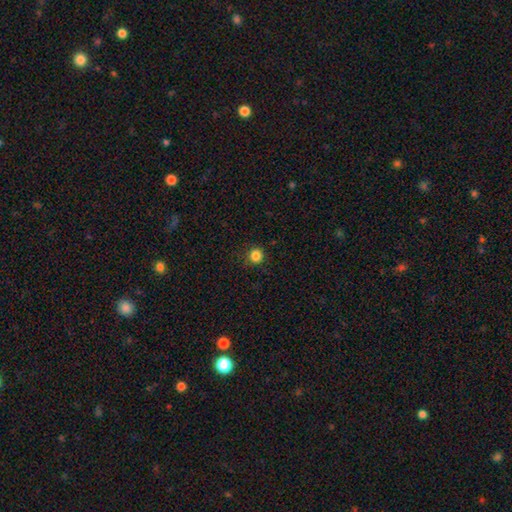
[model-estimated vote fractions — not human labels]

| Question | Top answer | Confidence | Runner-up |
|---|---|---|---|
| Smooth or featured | smooth | 84% | star or artifact (13%) |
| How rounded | round | 93% | in between (6%) |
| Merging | none | 88% | minor disturbance (8%) |